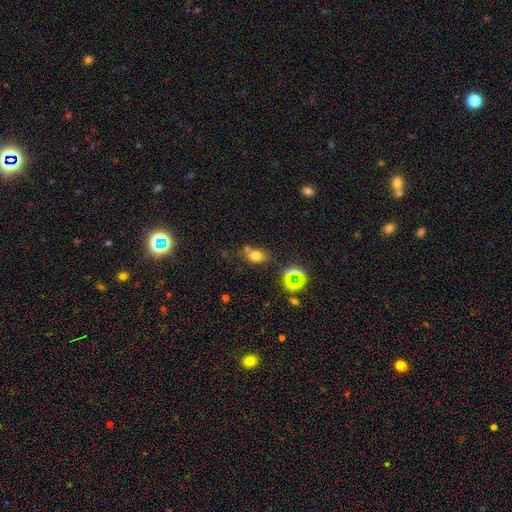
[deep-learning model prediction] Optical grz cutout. It shows a smooth galaxy with no disk features (67%) that is in between round and cigar-shaped (71%). Merging: none (60%).